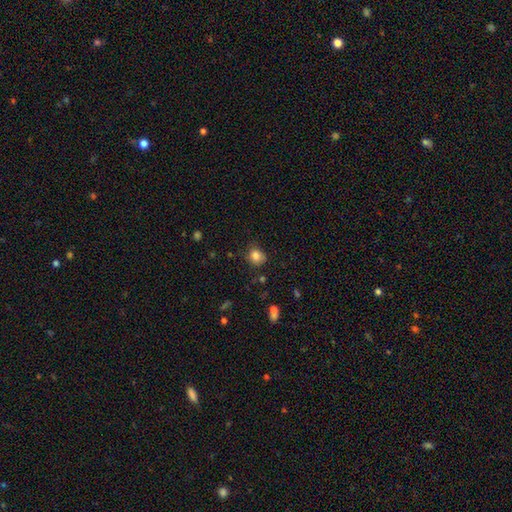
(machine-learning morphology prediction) This is clearly a smooth galaxy (82%). How rounded: likely round (75%). Merging: likely none (73%).